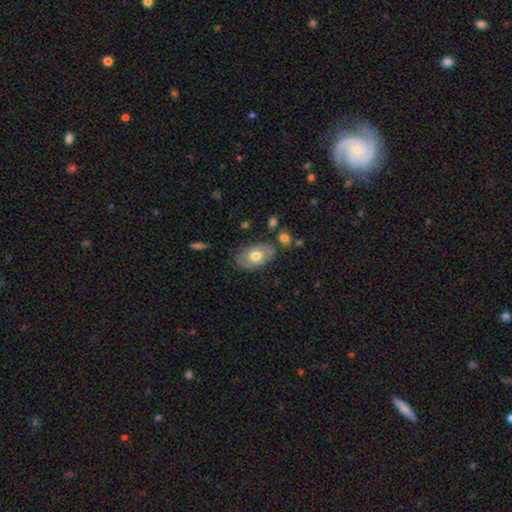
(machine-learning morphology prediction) A smooth galaxy with no disk features (52%) that is in between round and cigar-shaped (89%).

Vote fractions:
- Smooth or featured? smooth: 52% / featured or disk: 42% / star or artifact: 6%
- How rounded? in between: 89% / round: 9% / cigar-shaped: 1%
- Merging? none: 74% / minor disturbance: 18% / major disturbance: 5% / merger: 4%